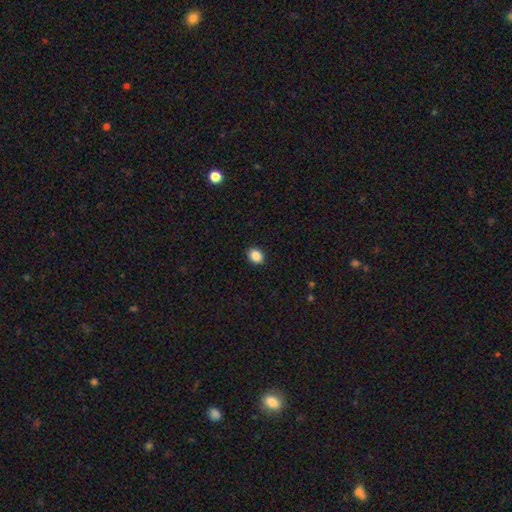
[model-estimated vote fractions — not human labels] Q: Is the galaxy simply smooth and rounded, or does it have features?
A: smooth — 88%.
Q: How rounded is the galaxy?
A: in between — 58%.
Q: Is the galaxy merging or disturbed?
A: none — 90%.